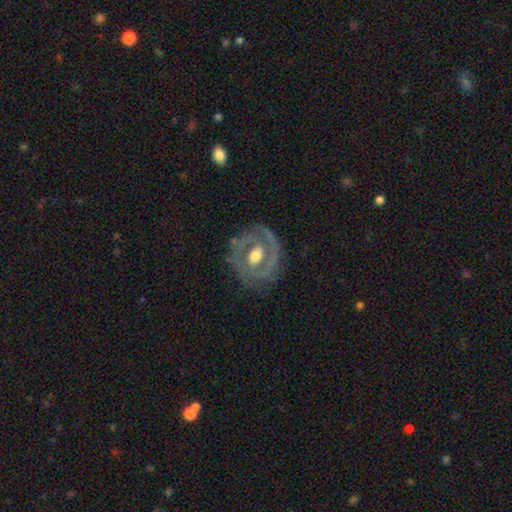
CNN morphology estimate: A featured or disk galaxy (80%) with no bar (52%), 2 (51%) tight (58%) spiral arms (71%) and a moderate central bulge (66%).

Vote fractions:
- Smooth or featured? featured or disk: 80% / smooth: 15% / star or artifact: 5%
- Edge-on disk? no: 96% / yes: 4%
- Bar? no: 52% / weak: 33% / strong: 15%
- Spiral arms? yes: 71% / no: 29%
- Spiral winding? tight: 58% / medium: 31% / loose: 11%
- Spiral arm count? 2: 51% / can't tell: 22% / 1: 12% / 3: 8% / 4: 3% / more than 4: 3%
- Bulge size? moderate: 66% / large: 23% / small: 8% / dominant: 2% / none: 1%
- Merging? none: 72% / minor disturbance: 18% / major disturbance: 8% / merger: 2%